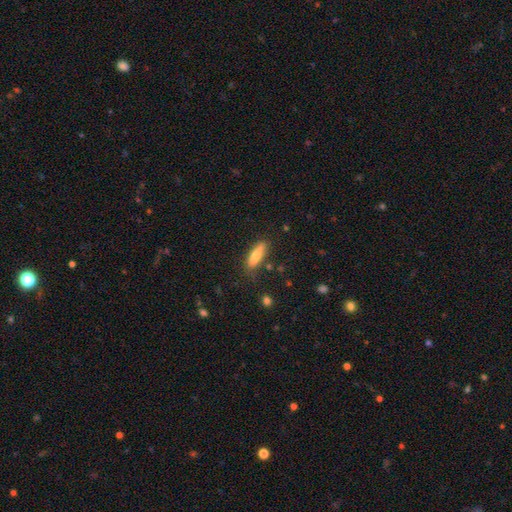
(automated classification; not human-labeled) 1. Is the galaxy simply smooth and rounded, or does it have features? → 77% smooth, 16% featured or disk, 7% star or artifact.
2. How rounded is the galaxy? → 59% cigar-shaped, 39% in between, 2% round.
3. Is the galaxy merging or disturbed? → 77% none, 16% minor disturbance, 4% major disturbance, 3% merger.